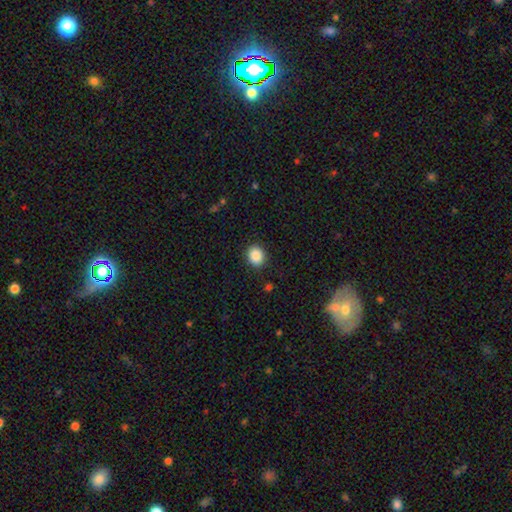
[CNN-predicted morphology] A smooth galaxy with no disk features (87%) that is round (67%). Merging: none (89%).